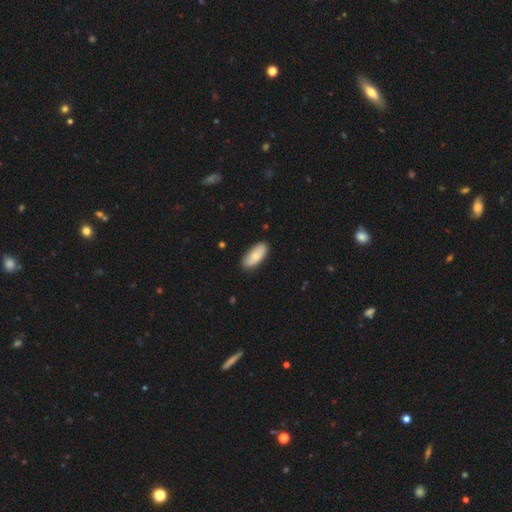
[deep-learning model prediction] Q: Smooth or featured?
A: smooth (78%); runner-up: featured or disk (16%)
Q: How rounded?
A: in between (86%); runner-up: cigar-shaped (12%)
Q: Merging?
A: none (86%); runner-up: minor disturbance (11%)